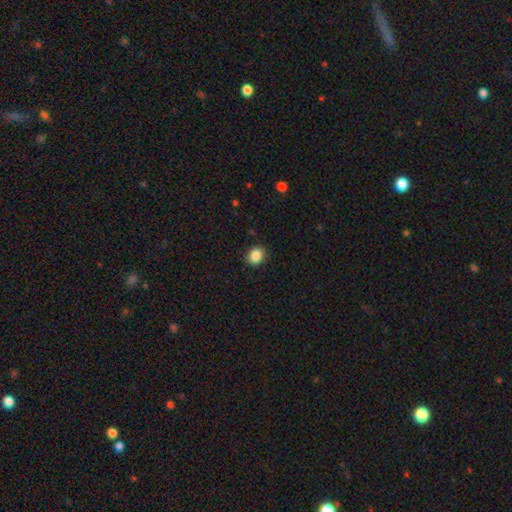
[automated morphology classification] A smooth galaxy with no disk features (86%) that is round (59%).

Vote fractions:
- Smooth or featured? smooth: 86% / star or artifact: 9% / featured or disk: 4%
- How rounded? round: 59% / in between: 40% / cigar-shaped: 1%
- Merging? none: 89% / minor disturbance: 8% / major disturbance: 2% / merger: 1%